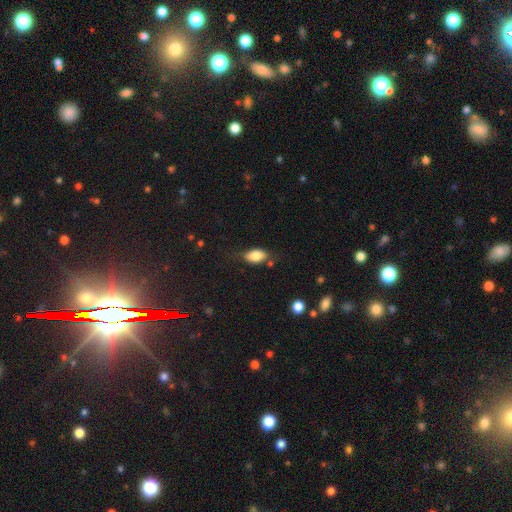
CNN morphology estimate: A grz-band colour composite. It shows a smooth galaxy with no disk features (78%) that is in between round and cigar-shaped (87%). Merging: none (64%).